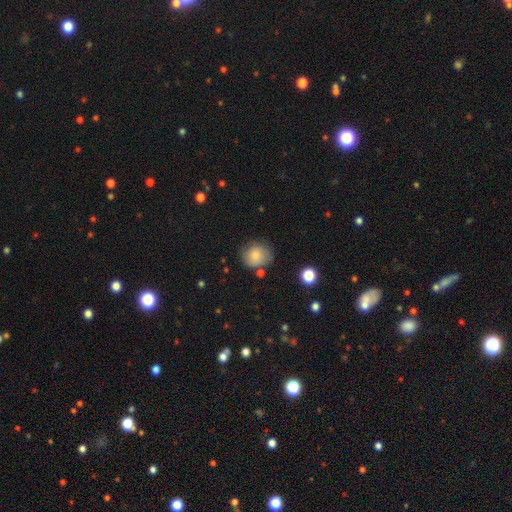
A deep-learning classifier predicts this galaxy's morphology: type=smooth (76%); roundness=round (78%); merging=none (67%).